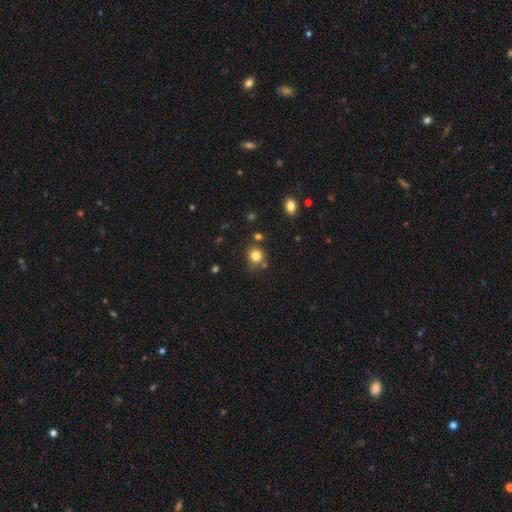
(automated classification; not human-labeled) smooth-or-featured: smooth: 81% | star or artifact: 13% | featured or disk: 6%
  how-rounded: round: 85% | in between: 14% | cigar-shaped: 1%
  merging: none: 73% | minor disturbance: 14% | merger: 9% | major disturbance: 4%